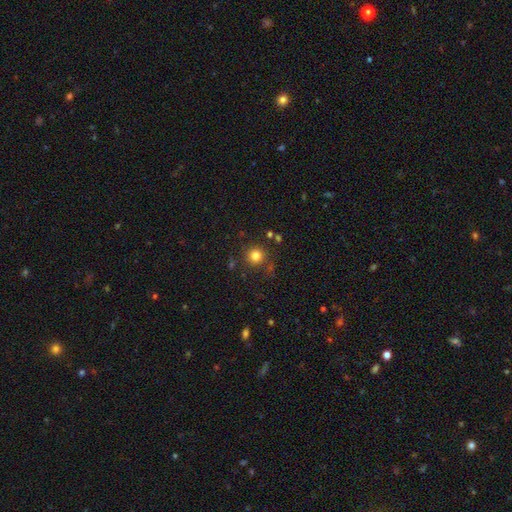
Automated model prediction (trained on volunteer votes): A smooth galaxy with no disk features (80%) that is round (94%). Merging: none (83%).